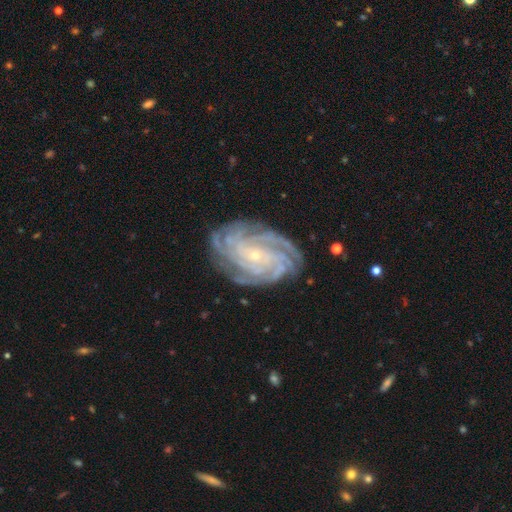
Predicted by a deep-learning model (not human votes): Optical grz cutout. It shows a featured or disk galaxy (90%) with no bar (64%), 4 (29%) tight (79%) spiral arms (98%) and a small central bulge (83%). Merging: none (81%).